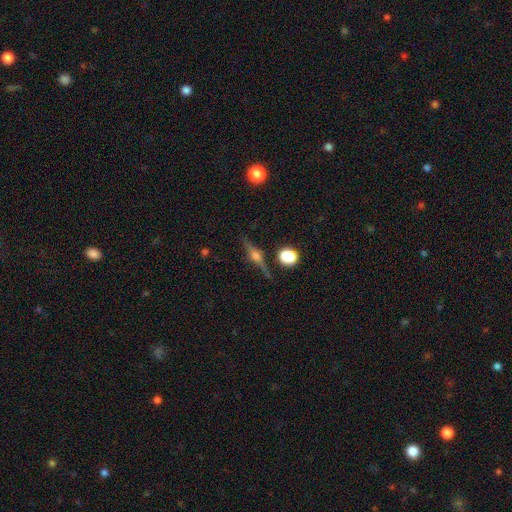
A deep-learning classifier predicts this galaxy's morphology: Smooth or featured?
  - featured or disk: 78% *
  - smooth: 13%
  - star or artifact: 10%
Edge-on disk?
  - yes: 96% *
  - no: 4%
Edge-on bulge?
  - rounded: 91% *
  - boxy: 7%
  - none: 2%
Merging?
  - none: 83% *
  - minor disturbance: 10%
  - major disturbance: 3%
  - merger: 3%